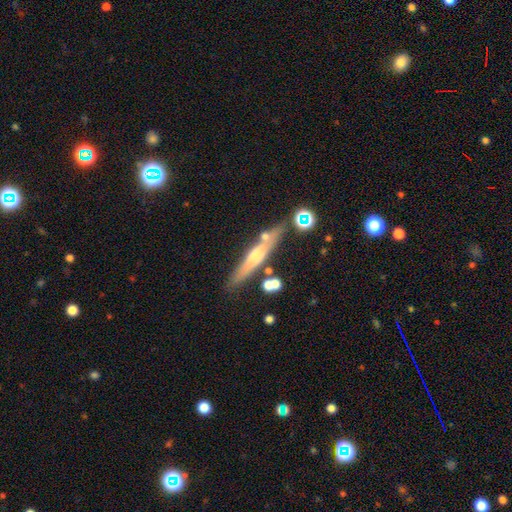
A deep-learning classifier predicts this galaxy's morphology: A featured or disk galaxy (63%) viewed edge-on (92%) with a rounded central bulge (74%). Merging: none (69%).